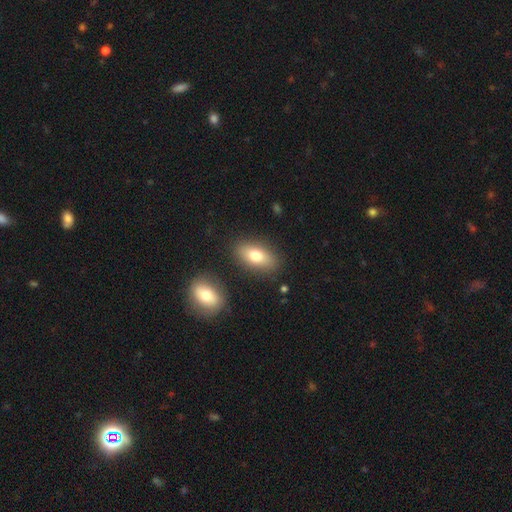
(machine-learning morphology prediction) Q: Smooth or featured?
A: smooth (75%); runner-up: featured or disk (17%)
Q: How rounded?
A: in between (86%); runner-up: cigar-shaped (8%)
Q: Merging?
A: none (84%); runner-up: minor disturbance (10%)